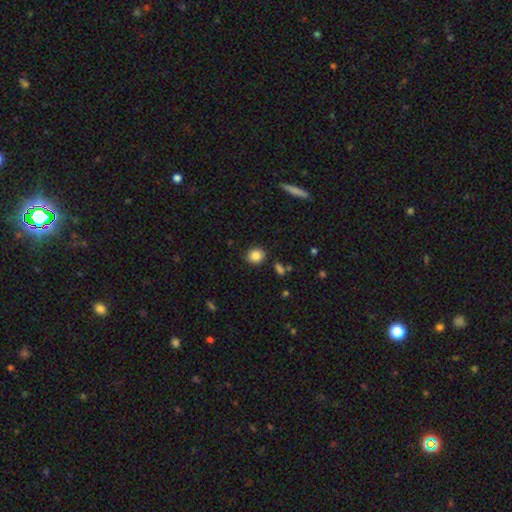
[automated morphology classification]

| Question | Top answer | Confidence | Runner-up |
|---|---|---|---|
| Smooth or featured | smooth | 86% | star or artifact (9%) |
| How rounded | round | 83% | in between (16%) |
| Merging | none | 88% | minor disturbance (7%) |